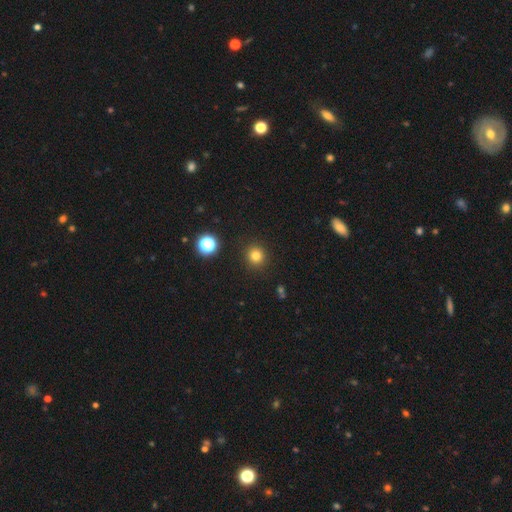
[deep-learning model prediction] Smooth or featured? smooth (80%)
How rounded? round (92%)
Merging? none (91%)